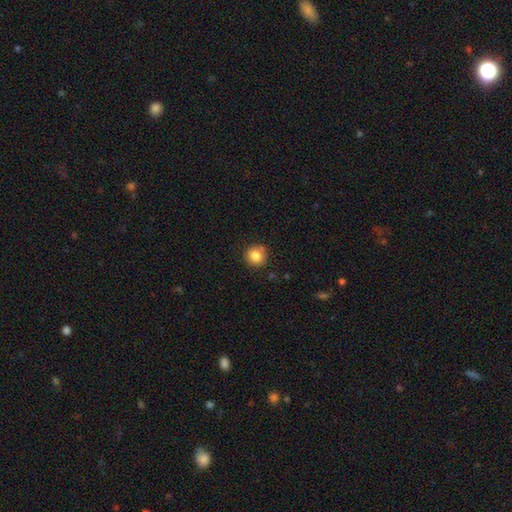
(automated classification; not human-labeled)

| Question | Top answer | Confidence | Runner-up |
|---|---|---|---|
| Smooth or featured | smooth | 83% | star or artifact (10%) |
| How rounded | round | 91% | in between (8%) |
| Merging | none | 84% | minor disturbance (11%) |